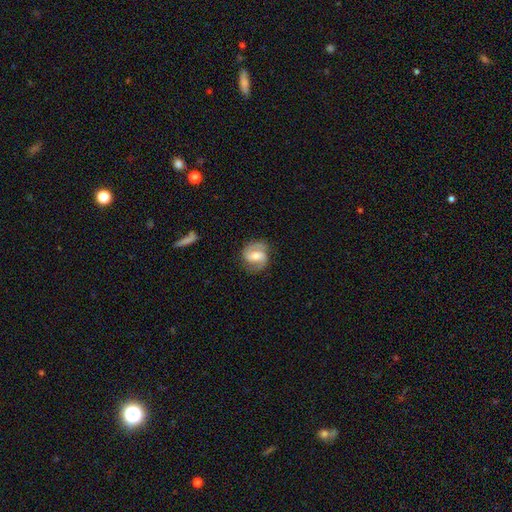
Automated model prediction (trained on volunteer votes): Smooth or featured? Predicted: featured or disk (p=0.77). Edge-on disk? Predicted: no (p=0.98). Bar? Predicted: weak (p=0.46). Spiral arms? Predicted: yes (p=0.93). Spiral winding? Predicted: medium (p=0.52). Spiral arm count? Predicted: 2 (p=0.90). Bulge size? Predicted: moderate (p=0.62). Merging? Predicted: none (p=0.80).